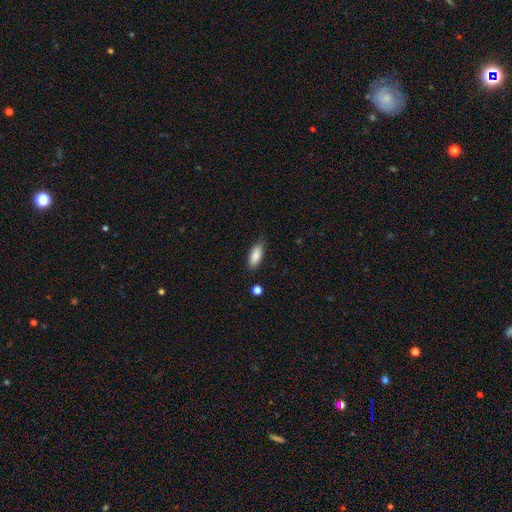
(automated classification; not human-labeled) Smooth or featured? smooth (86%)
How rounded? in between (78%)
Merging? none (80%)